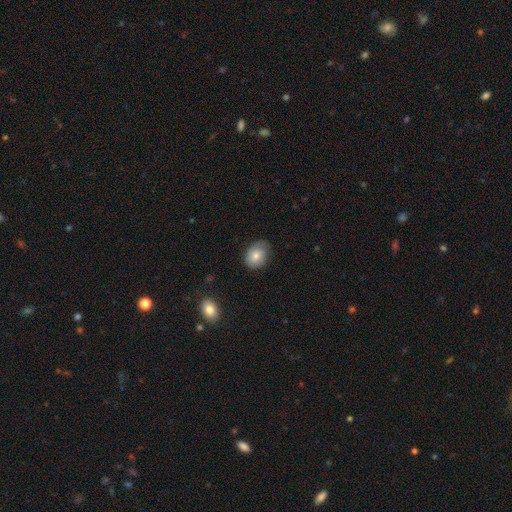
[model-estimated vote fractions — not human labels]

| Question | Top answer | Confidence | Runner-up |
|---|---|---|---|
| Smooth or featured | smooth | 78% | featured or disk (14%) |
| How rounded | in between | 61% | round (38%) |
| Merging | none | 68% | minor disturbance (26%) |